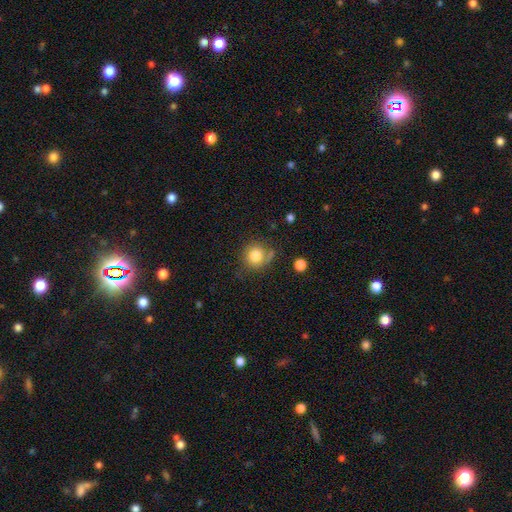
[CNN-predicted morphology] Smooth or featured? Predicted: smooth (p=0.80). How rounded? Predicted: round (p=0.85). Merging? Predicted: none (p=0.65).